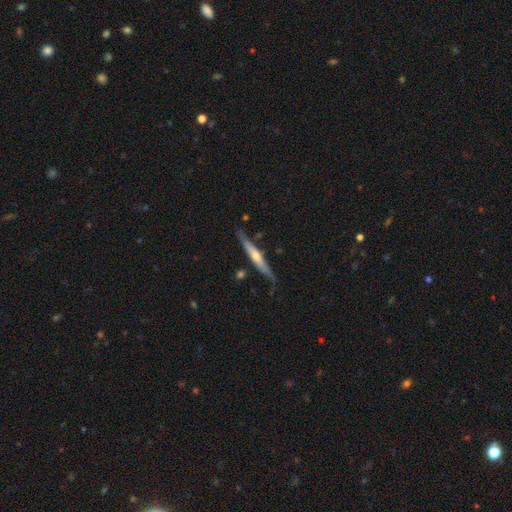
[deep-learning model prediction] Smooth or featured?
  - featured or disk: 67% *
  - smooth: 28%
  - star or artifact: 5%
Edge-on disk?
  - yes: 94% *
  - no: 6%
Edge-on bulge?
  - rounded: 76% *
  - none: 19%
  - boxy: 5%
Merging?
  - none: 77% *
  - minor disturbance: 17%
  - major disturbance: 3%
  - merger: 3%